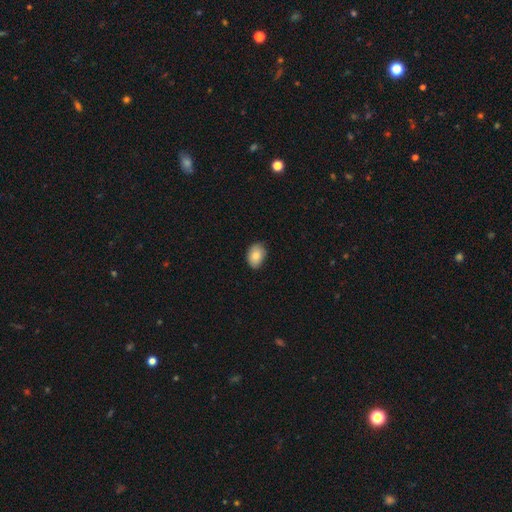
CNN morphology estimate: smooth-or-featured: smooth: 84% | featured or disk: 9% | star or artifact: 8%
  how-rounded: in between: 78% | round: 21% | cigar-shaped: 1%
  merging: none: 82% | minor disturbance: 15% | major disturbance: 2% | merger: 1%